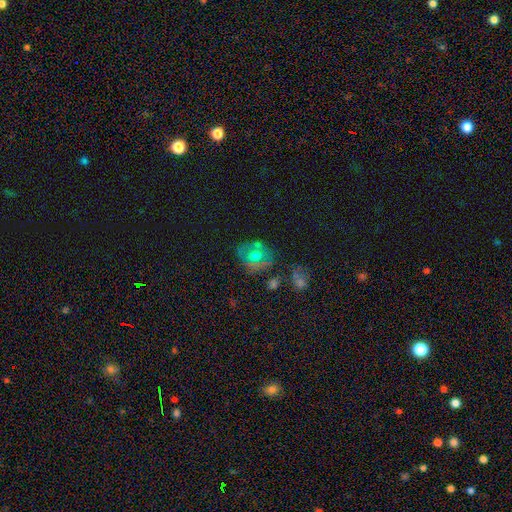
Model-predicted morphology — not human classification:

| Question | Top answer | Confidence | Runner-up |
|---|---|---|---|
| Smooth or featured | featured or disk | 44% | smooth (43%) |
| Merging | none | 59% | minor disturbance (20%) |